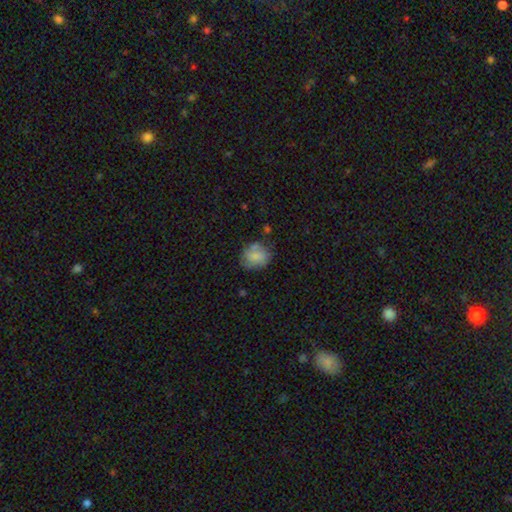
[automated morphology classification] A smooth galaxy with no disk features (75%) that is round (63%). Merging: none (61%).